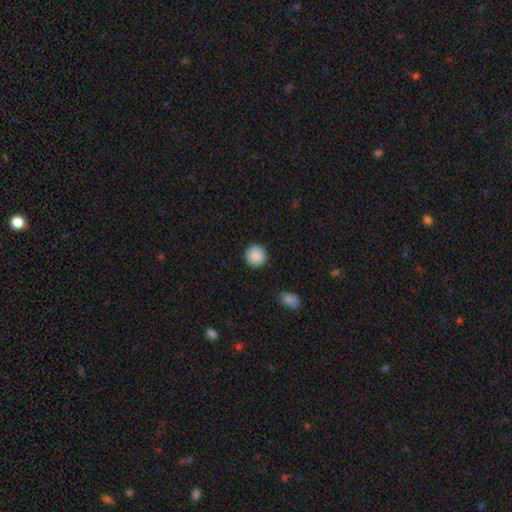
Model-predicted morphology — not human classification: Q: Smooth or featured?
A: smooth (89%); runner-up: star or artifact (7%)
Q: How rounded?
A: round (95%); runner-up: in between (4%)
Q: Merging?
A: none (91%); runner-up: minor disturbance (6%)